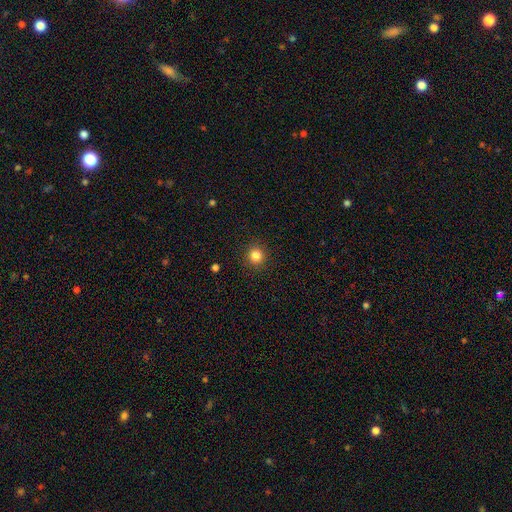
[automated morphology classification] Smooth or featured? Predicted: smooth (p=0.83). How rounded? Predicted: round (p=0.94). Merging? Predicted: none (p=0.91).